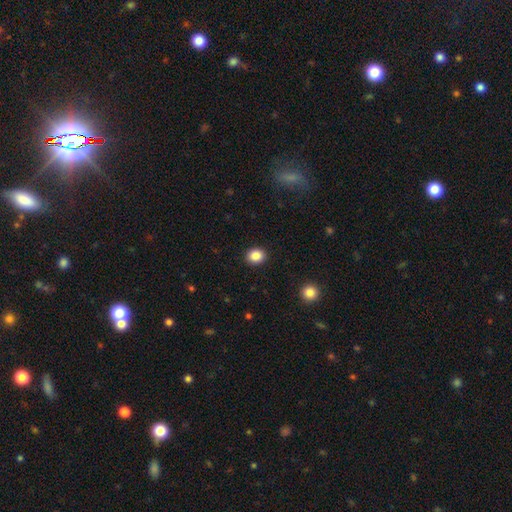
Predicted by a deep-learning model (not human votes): Morphology: type=smooth (87%); roundness=round (65%); merging=none (91%).